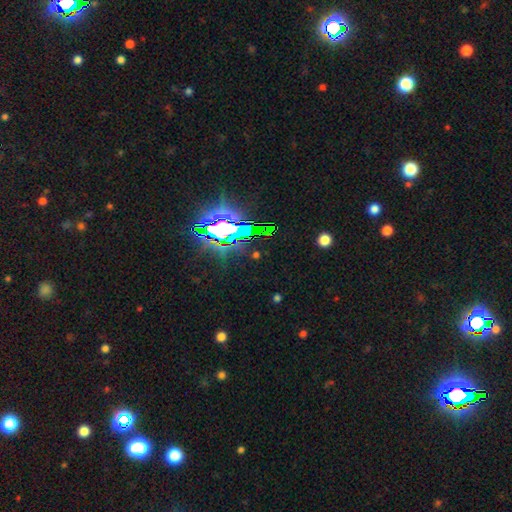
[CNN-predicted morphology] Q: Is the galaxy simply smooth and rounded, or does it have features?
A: star or artifact — 79%.